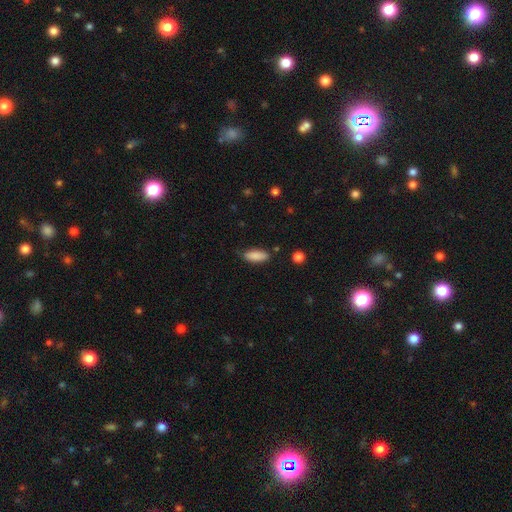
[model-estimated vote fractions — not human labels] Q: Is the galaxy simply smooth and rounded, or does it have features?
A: smooth — 89%.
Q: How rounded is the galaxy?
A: in between — 75%.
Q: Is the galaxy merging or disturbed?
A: none — 80%.